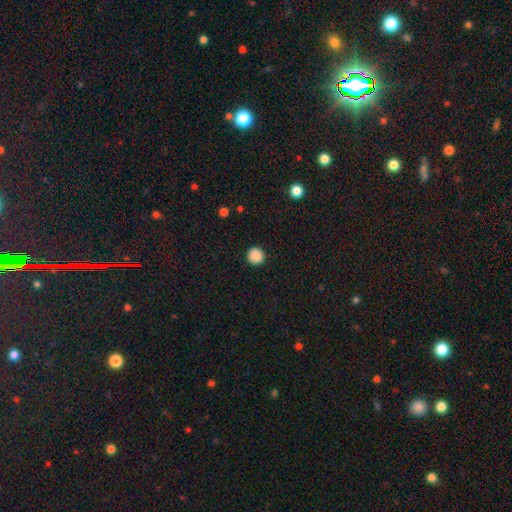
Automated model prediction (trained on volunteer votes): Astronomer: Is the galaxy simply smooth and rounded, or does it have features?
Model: smooth — 88%.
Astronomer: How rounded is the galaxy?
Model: round — 95%.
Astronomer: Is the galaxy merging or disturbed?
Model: none — 92%.